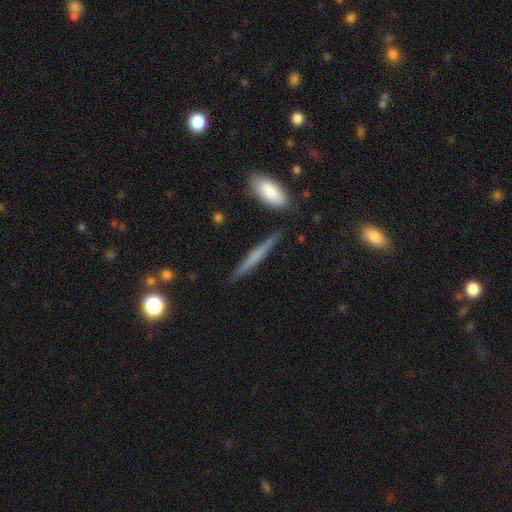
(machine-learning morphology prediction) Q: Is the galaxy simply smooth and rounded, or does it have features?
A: smooth — 55%.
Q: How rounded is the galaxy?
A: cigar-shaped — 94%.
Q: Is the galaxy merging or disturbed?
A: none — 87%.